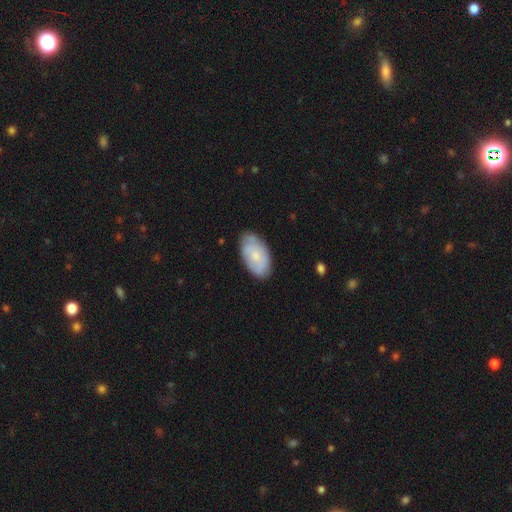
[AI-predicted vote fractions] This appears to be a smooth galaxy with no disk features (61%) that is in between round and cigar-shaped (94%). Merging: none (75%).